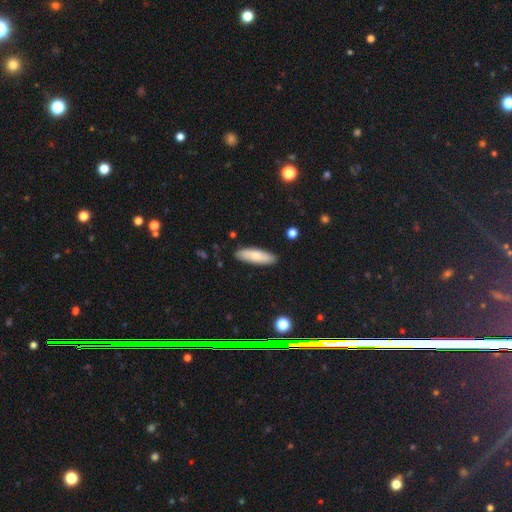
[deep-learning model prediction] Smooth or featured: smooth — 78% (featured or disk — 16%)
How rounded: cigar-shaped — 55% (in between — 44%)
Merging: none — 87% (minor disturbance — 10%)